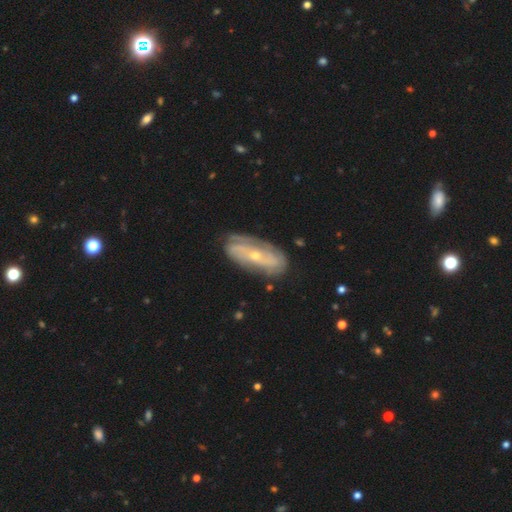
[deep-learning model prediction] Smooth or featured? Predicted: featured or disk (p=0.80). Edge-on disk? Predicted: no (p=0.89). Bar? Predicted: no (p=0.58). Spiral arms? Predicted: yes (p=0.88). Spiral winding? Predicted: tight (p=0.51). Spiral arm count? Predicted: 2 (p=0.50). Bulge size? Predicted: small (p=0.66). Merging? Predicted: none (p=0.74).